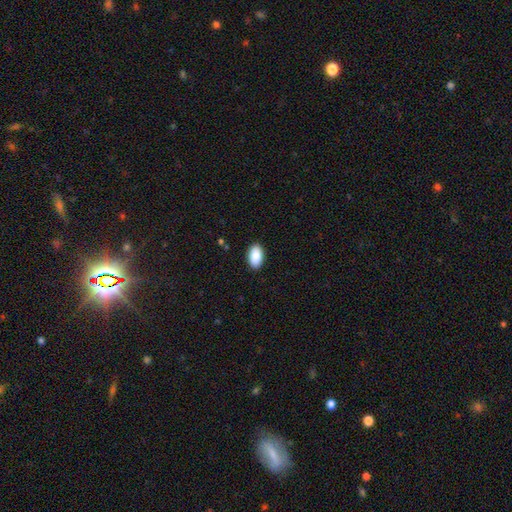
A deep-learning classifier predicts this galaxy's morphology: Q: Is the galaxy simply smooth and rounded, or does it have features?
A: smooth — 89%.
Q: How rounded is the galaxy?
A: in between — 94%.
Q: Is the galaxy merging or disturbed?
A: none — 90%.